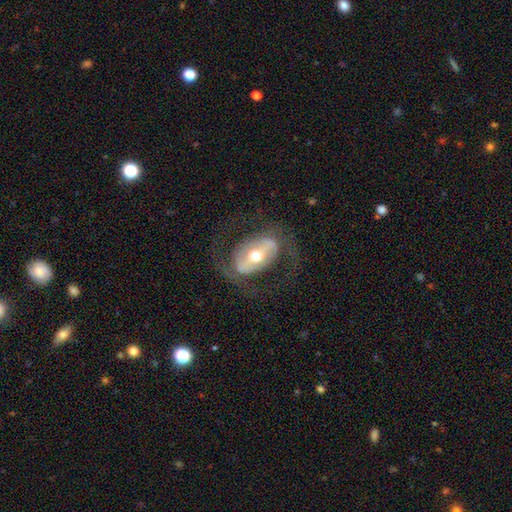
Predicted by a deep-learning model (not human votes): smooth-or-featured: featured or disk: 79% | smooth: 15% | star or artifact: 6%
  disk-edge-on: no: 94% | yes: 6%
    bar: strong: 44% | weak: 31% | no: 25%
    has-spiral-arms: yes: 70% | no: 30%
      spiral-winding: medium: 47% | loose: 31% | tight: 22%
      spiral-arm-count: 2: 86% | can't tell: 8% | 1: 2% | 3: 1% | 4: 1% | more than 4: 1%
    bulge-size: moderate: 72% | small: 16% | large: 10% | dominant: 1% | none: 1%
  merging: none: 71% | major disturbance: 16% | minor disturbance: 12% | merger: 1%